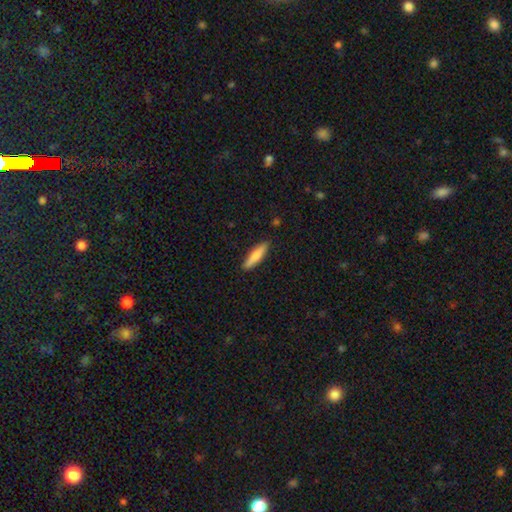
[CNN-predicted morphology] Smooth or featured? Predicted: smooth (p=0.77). How rounded? Predicted: cigar-shaped (p=0.80). Merging? Predicted: none (p=0.88).